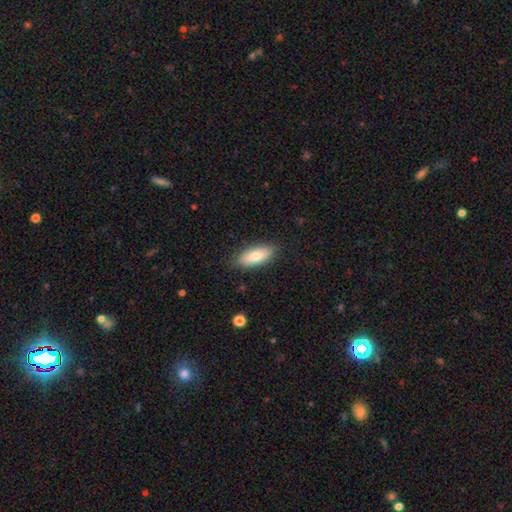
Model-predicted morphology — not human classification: Q: Smooth or featured?
A: smooth (78%); runner-up: featured or disk (15%)
Q: How rounded?
A: in between (79%); runner-up: cigar-shaped (19%)
Q: Merging?
A: none (87%); runner-up: minor disturbance (10%)